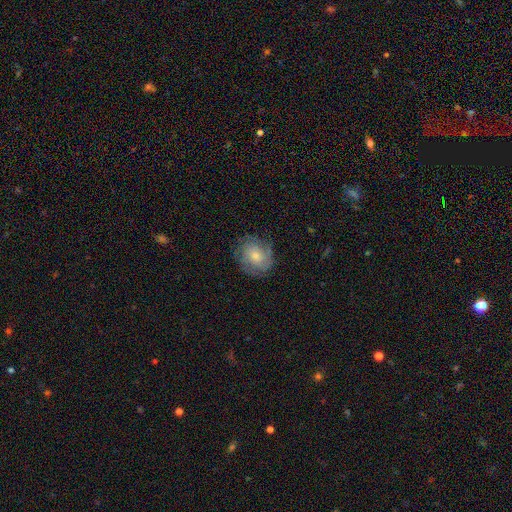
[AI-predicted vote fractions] smooth-or-featured: smooth: 48% | featured or disk: 44% | star or artifact: 8%
  merging: none: 71% | minor disturbance: 19% | major disturbance: 9% | merger: 1%